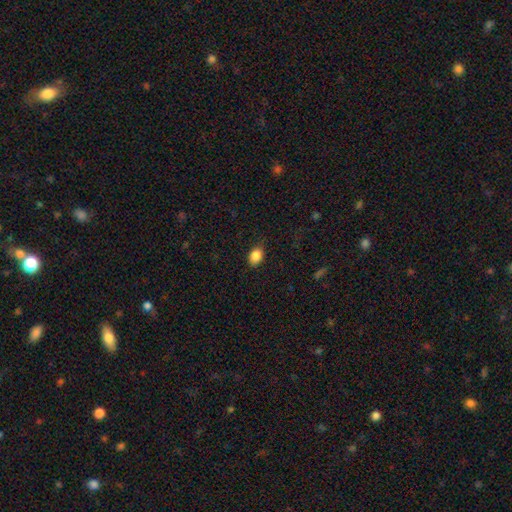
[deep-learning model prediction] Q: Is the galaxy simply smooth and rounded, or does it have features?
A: smooth — 87%.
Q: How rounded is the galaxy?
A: in between — 78%.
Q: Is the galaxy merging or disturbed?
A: none — 83%.